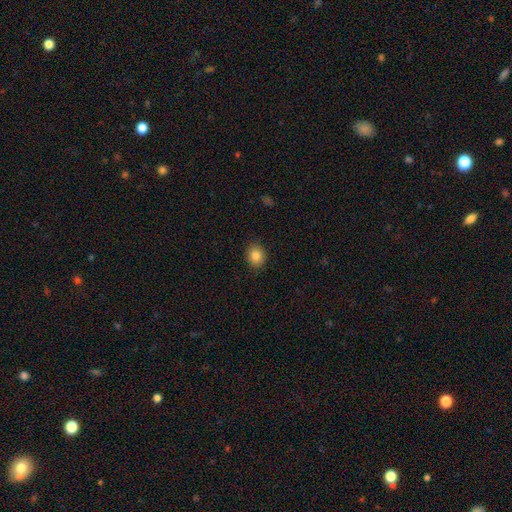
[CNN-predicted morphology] This appears to be a smooth galaxy with no disk features (84%) that is round (68%). Merging: none (88%).